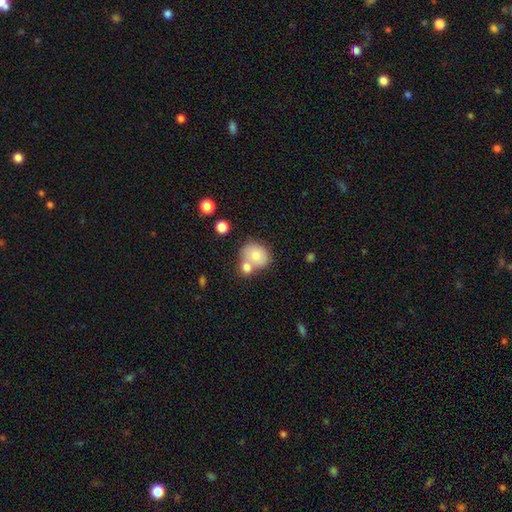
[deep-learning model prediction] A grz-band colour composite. It shows a smooth galaxy with no disk features (74%) that is round (64%). Merging: merger (43%).